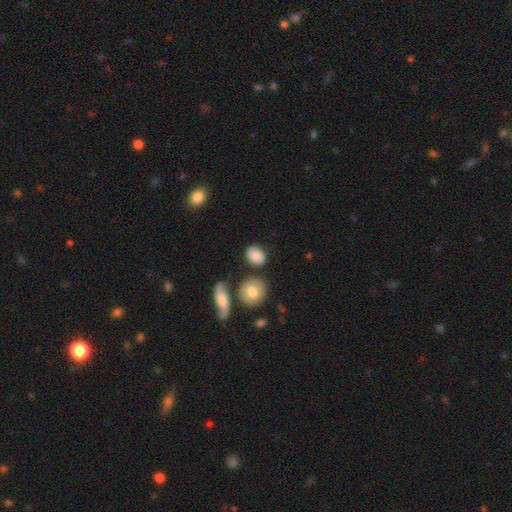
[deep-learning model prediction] Smooth or featured? smooth (85%)
How rounded? in between (68%)
Merging? none (76%)